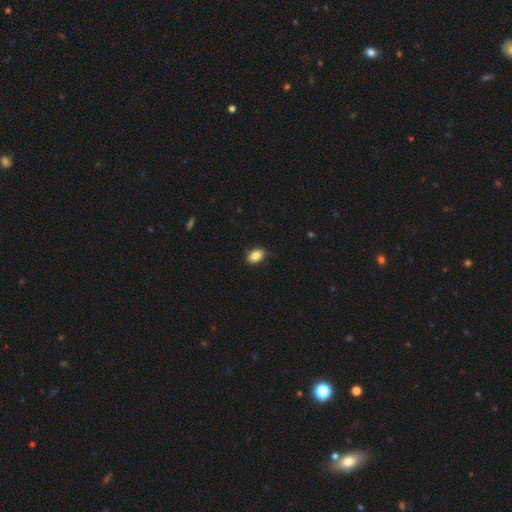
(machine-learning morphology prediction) Smooth or featured?
  - smooth: 85% *
  - star or artifact: 8%
  - featured or disk: 7%
How rounded?
  - in between: 87% *
  - round: 12%
  - cigar-shaped: 2%
Merging?
  - none: 87% *
  - minor disturbance: 10%
  - major disturbance: 2%
  - merger: 1%